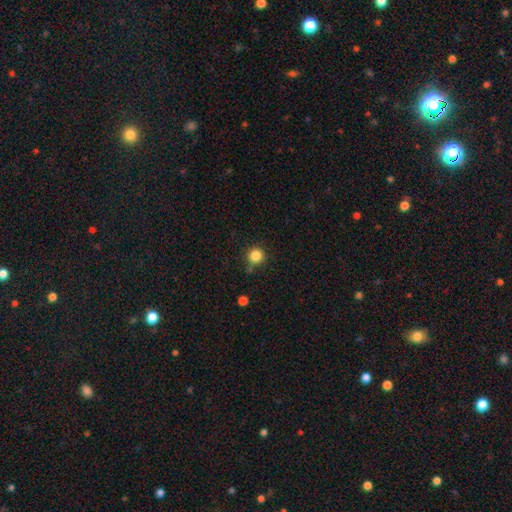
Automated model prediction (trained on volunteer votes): Smooth or featured? Predicted: smooth (p=0.85). How rounded? Predicted: round (p=0.94). Merging? Predicted: none (p=0.81).